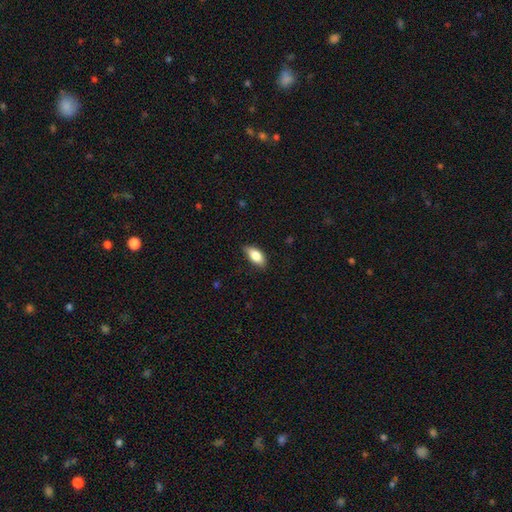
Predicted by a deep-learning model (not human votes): Morphology: type=smooth (81%); roundness=in between (87%); merging=none (76%).